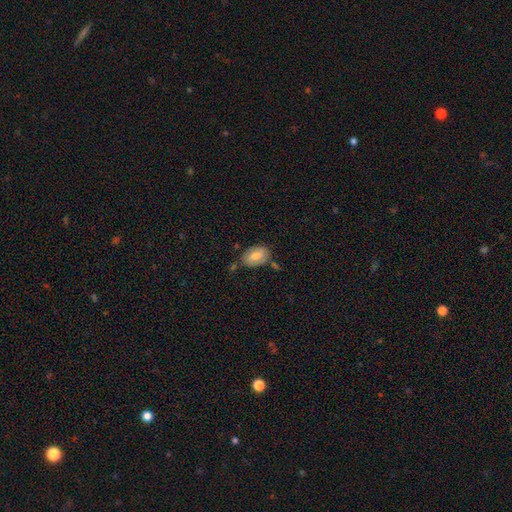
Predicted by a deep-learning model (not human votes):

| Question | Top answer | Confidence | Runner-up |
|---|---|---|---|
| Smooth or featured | smooth | 72% | featured or disk (21%) |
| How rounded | in between | 86% | round (13%) |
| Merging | none | 68% | minor disturbance (20%) |